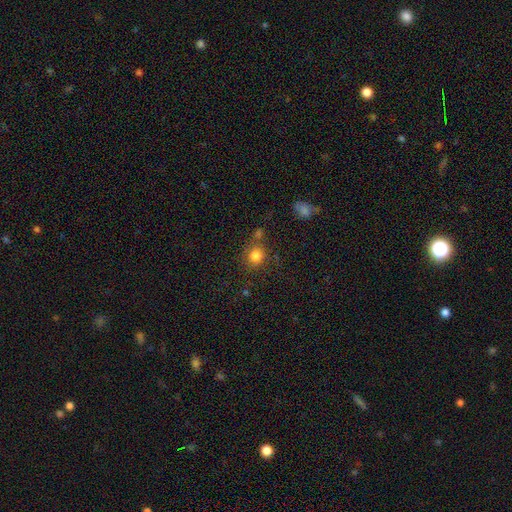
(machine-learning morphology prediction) This appears to be a smooth galaxy with no disk features (82%) that is round (78%). Merging: none (69%).